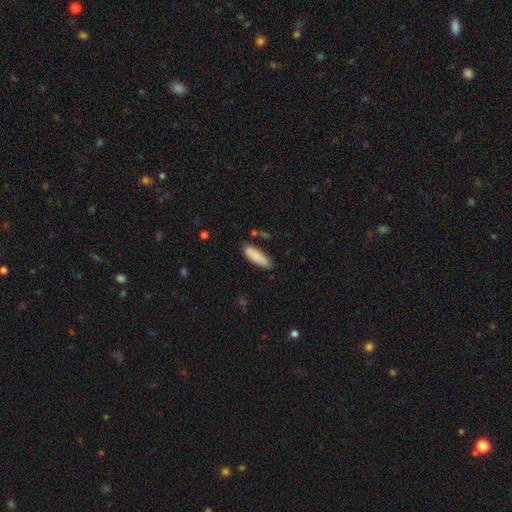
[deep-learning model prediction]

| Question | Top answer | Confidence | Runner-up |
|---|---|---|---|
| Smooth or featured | smooth | 86% | featured or disk (8%) |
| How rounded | in between | 56% | cigar-shaped (43%) |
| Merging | none | 71% | minor disturbance (21%) |